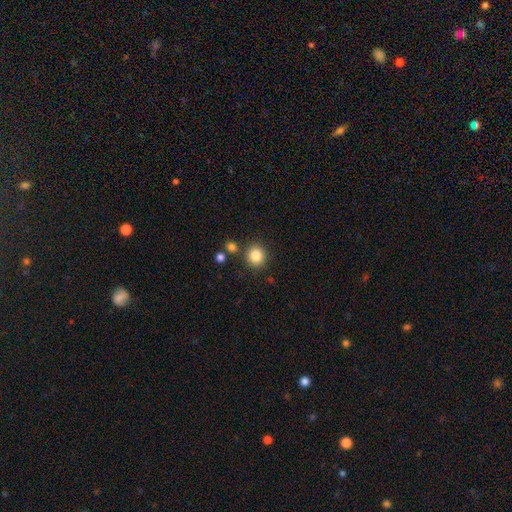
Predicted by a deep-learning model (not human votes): Smooth or featured? smooth (84%)
How rounded? round (91%)
Merging? none (85%)